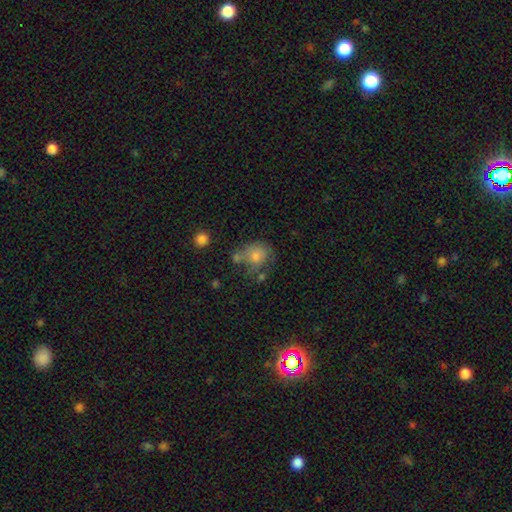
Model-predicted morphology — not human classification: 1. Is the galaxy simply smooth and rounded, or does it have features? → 71% smooth, 17% featured or disk, 12% star or artifact.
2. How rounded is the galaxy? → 67% round, 31% in between, 1% cigar-shaped.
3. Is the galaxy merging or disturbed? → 44% none, 22% minor disturbance, 20% merger, 13% major disturbance.